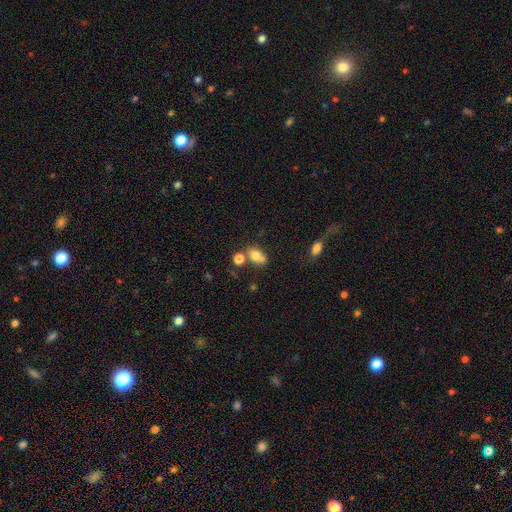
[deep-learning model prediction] Overall: smooth (74%). How rounded: in between (73%). Merging: none (44%; merger 33%).